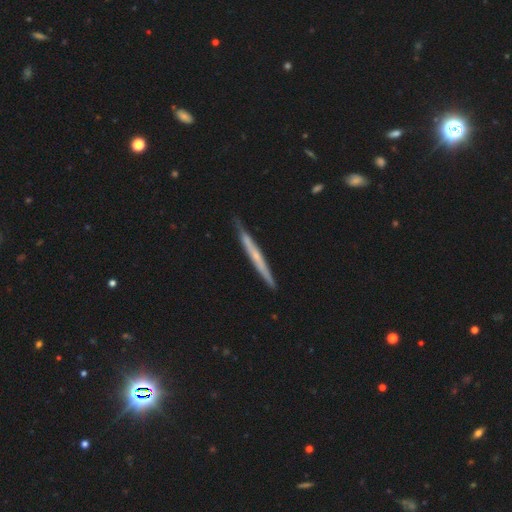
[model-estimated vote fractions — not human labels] This is possibly a featured or disk galaxy (59%). It is clearly viewed edge-on (96%). Edge-on bulge: likely none (70%). Merging: clearly none (84%).